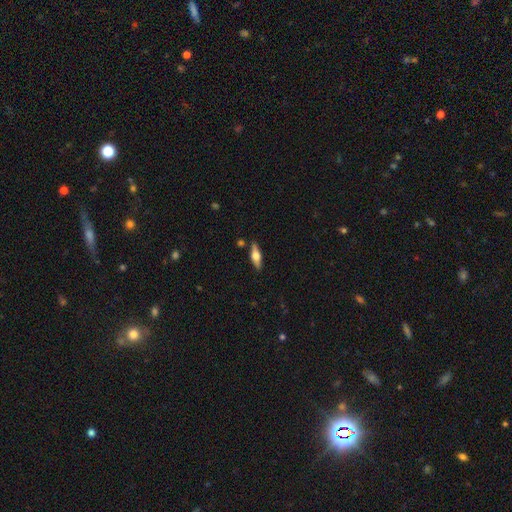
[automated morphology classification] smooth-or-featured: featured or disk: 51% | smooth: 42% | star or artifact: 6%
  disk-edge-on: yes: 92% | no: 8%
  merging: none: 85% | minor disturbance: 10% | merger: 3% | major disturbance: 2%